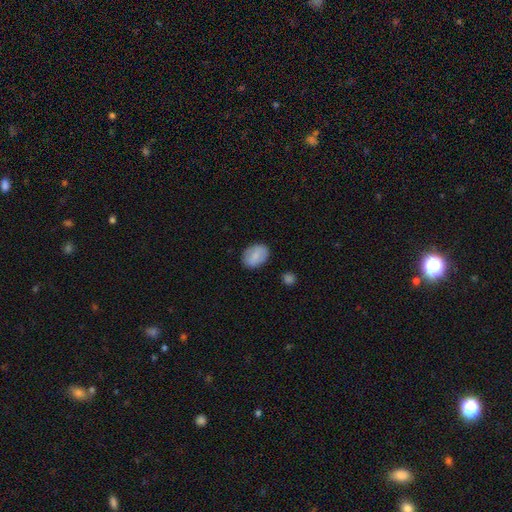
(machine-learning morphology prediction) smooth-or-featured: smooth: 77% | featured or disk: 16% | star or artifact: 7%
  how-rounded: in between: 77% | round: 22% | cigar-shaped: 1%
  merging: none: 84% | minor disturbance: 11% | major disturbance: 3% | merger: 1%